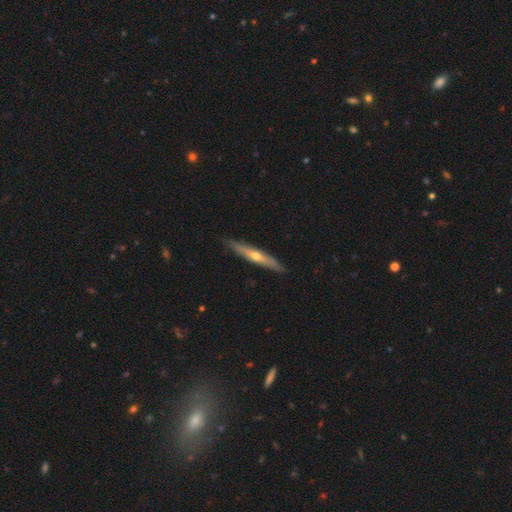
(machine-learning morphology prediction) Smooth or featured? featured or disk (61%)
Edge-on disk? yes (92%)
Edge-on bulge? rounded (83%)
Merging? none (88%)